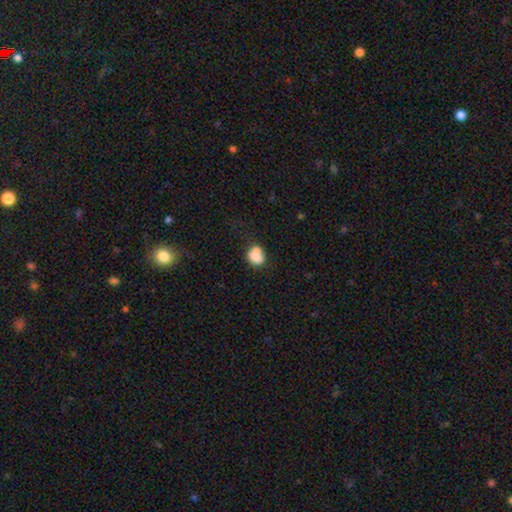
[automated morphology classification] smooth_or_featured: smooth (p=0.80) [alt: featured or disk p=0.10]
how_rounded: round (p=0.57) [alt: in between p=0.42]
merging: none (p=0.46) [alt: minor disturbance p=0.24]